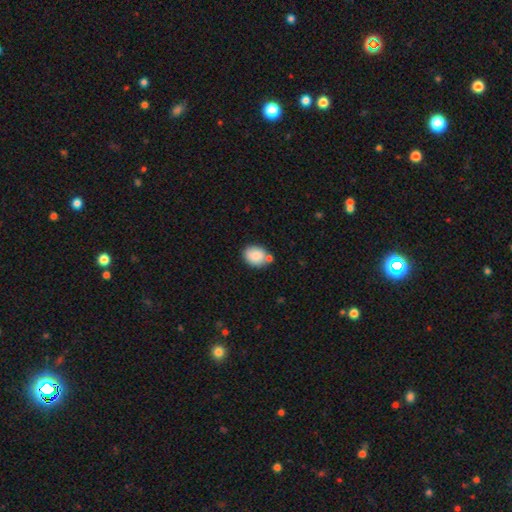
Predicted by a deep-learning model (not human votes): smooth_or_featured: smooth (p=0.87) [alt: star or artifact p=0.07]
how_rounded: in between (p=0.52) [alt: round p=0.47]
merging: none (p=0.68) [alt: merger p=0.15]